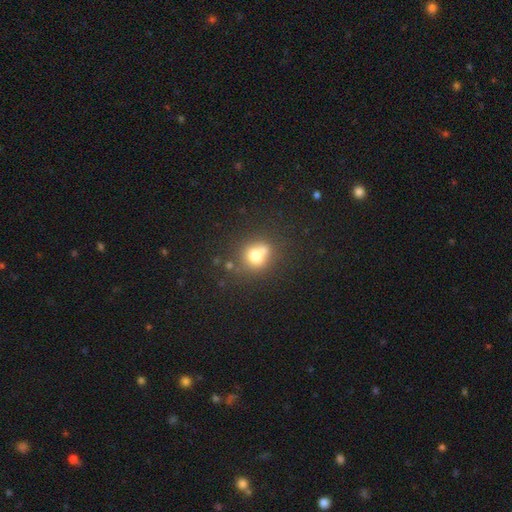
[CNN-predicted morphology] Q: Smooth or featured?
A: smooth (71%); runner-up: featured or disk (16%)
Q: How rounded?
A: round (73%); runner-up: in between (26%)
Q: Merging?
A: none (45%); runner-up: merger (35%)